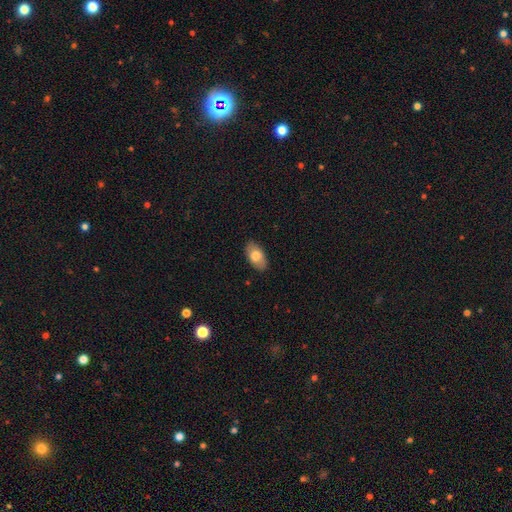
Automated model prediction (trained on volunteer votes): A smooth galaxy with no disk features (76%) that is in between round and cigar-shaped (93%). Merging: none (87%).